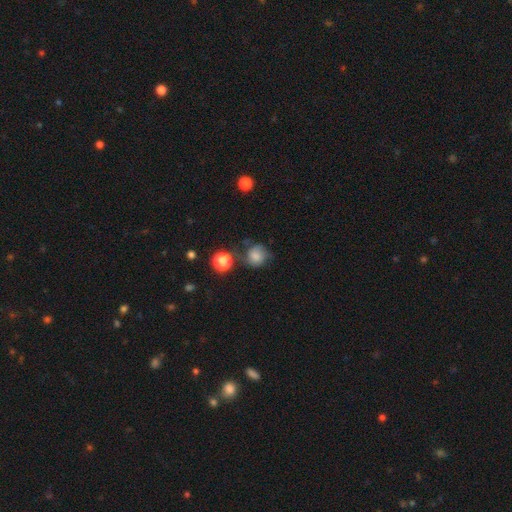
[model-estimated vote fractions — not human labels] smooth-or-featured: smooth: 72% | featured or disk: 17% | star or artifact: 12%
  how-rounded: round: 82% | in between: 17% | cigar-shaped: 1%
  merging: none: 54% | minor disturbance: 26% | major disturbance: 12% | merger: 8%